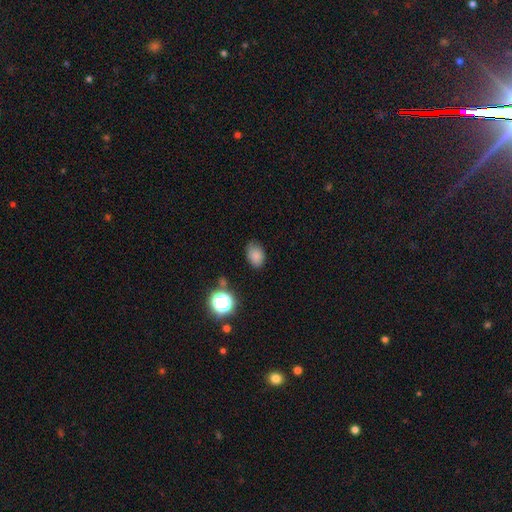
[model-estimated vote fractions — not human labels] Q: Smooth or featured?
A: smooth (81%); runner-up: star or artifact (13%)
Q: How rounded?
A: in between (78%); runner-up: round (21%)
Q: Merging?
A: none (74%); runner-up: minor disturbance (20%)